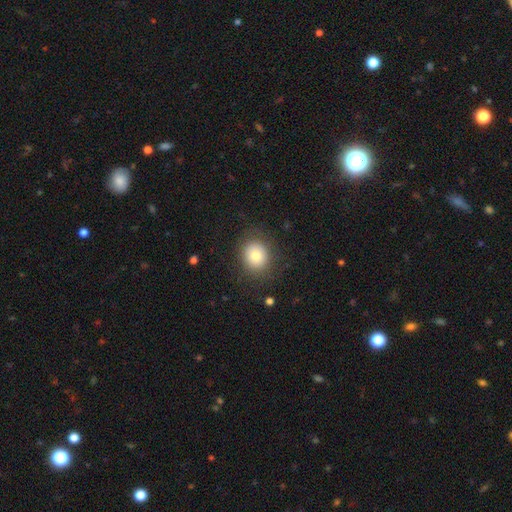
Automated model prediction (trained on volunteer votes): smooth 78%, featured or disk 12%, star or artifact 10%. Down the decision tree: how rounded — round (73%); merging — none (83%).